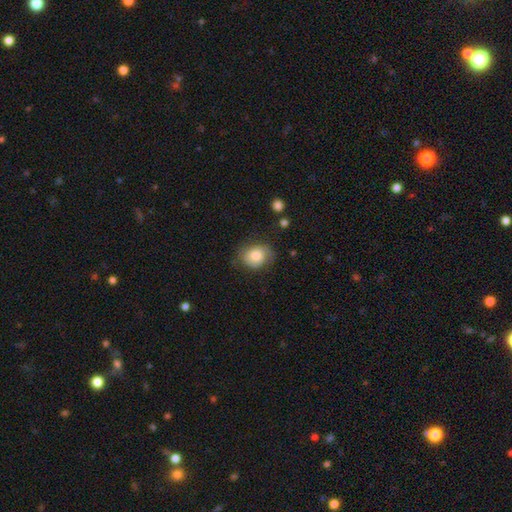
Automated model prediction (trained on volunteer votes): Smooth or featured: smooth — 76% (featured or disk — 16%)
How rounded: round — 55% (in between — 44%)
Merging: none — 64% (minor disturbance — 26%)